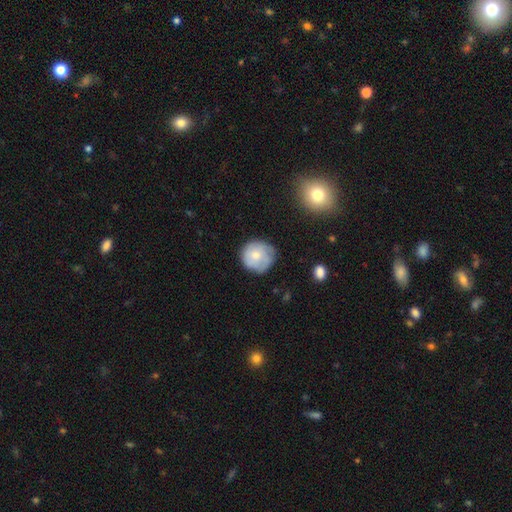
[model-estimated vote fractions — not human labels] smooth 64%, featured or disk 28%, star or artifact 8%. Down the decision tree: how rounded — round (91%); merging — none (64%).